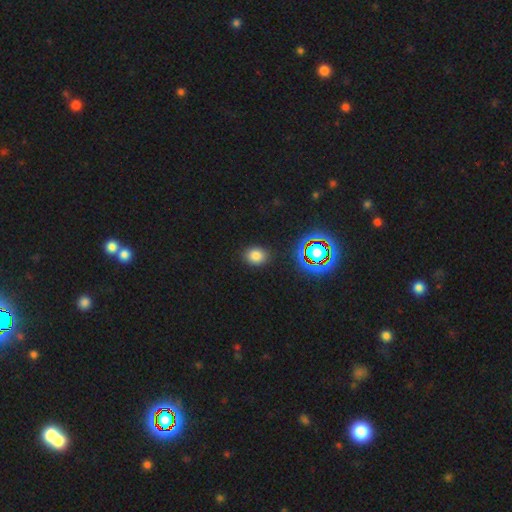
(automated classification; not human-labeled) Q: Smooth or featured?
A: smooth (76%); runner-up: star or artifact (18%)
Q: How rounded?
A: round (60%); runner-up: in between (39%)
Q: Merging?
A: none (87%); runner-up: minor disturbance (9%)